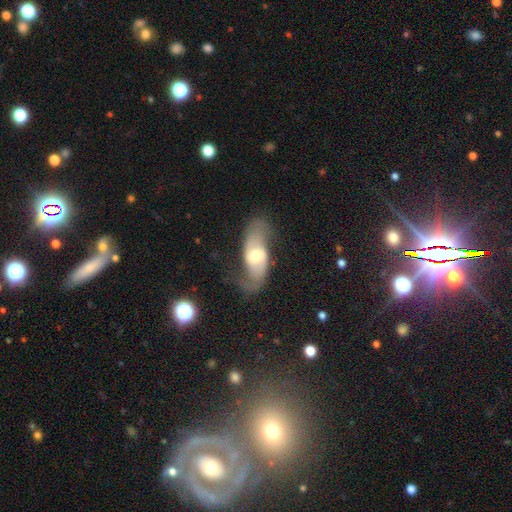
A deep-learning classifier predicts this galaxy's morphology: Smooth or featured: featured or disk — 73% (smooth — 21%)
Edge-on disk: no — 91% (yes — 9%)
Bar: no — 48% (weak — 36%)
Spiral arms: yes — 86% (no — 14%)
Spiral winding: loose — 64% (medium — 27%)
Spiral arm count: 2 — 90% (can't tell — 5%)
Bulge size: moderate — 68% (small — 18%)
Merging: none — 60% (minor disturbance — 22%)